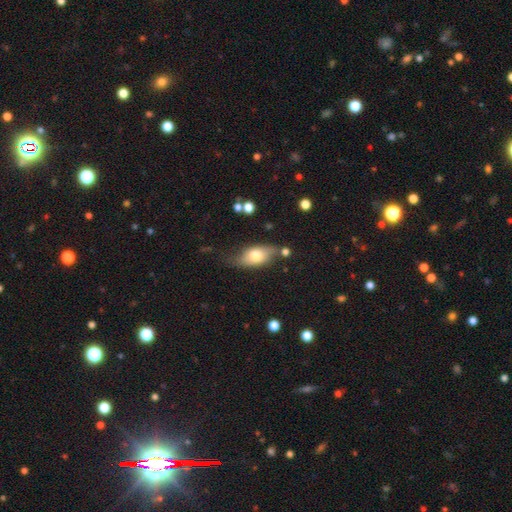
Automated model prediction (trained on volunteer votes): Smooth or featured?
  - smooth: 67% *
  - featured or disk: 26%
  - star or artifact: 7%
How rounded?
  - in between: 86% *
  - cigar-shaped: 9%
  - round: 6%
Merging?
  - none: 61% *
  - minor disturbance: 25%
  - major disturbance: 8%
  - merger: 6%